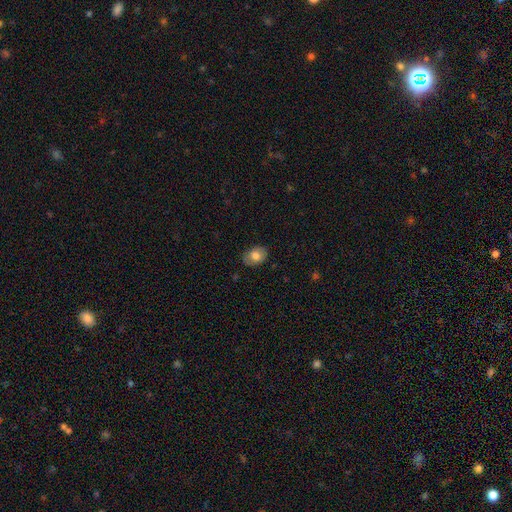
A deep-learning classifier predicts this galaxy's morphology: Q: Smooth or featured?
A: smooth (75%); runner-up: featured or disk (17%)
Q: How rounded?
A: in between (74%); runner-up: round (25%)
Q: Merging?
A: none (78%); runner-up: minor disturbance (17%)